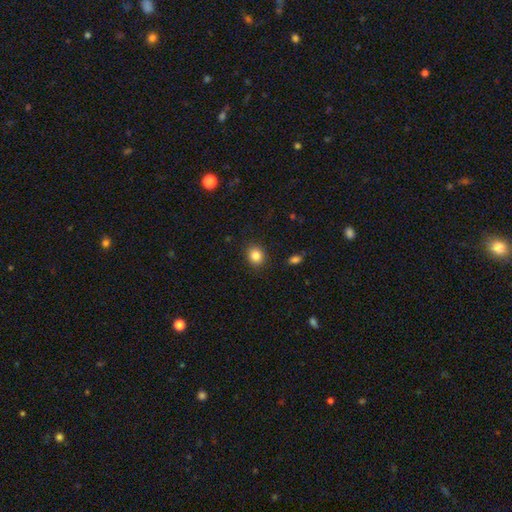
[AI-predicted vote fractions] A smooth galaxy with no disk features (84%) that is round (77%). Merging: none (89%).